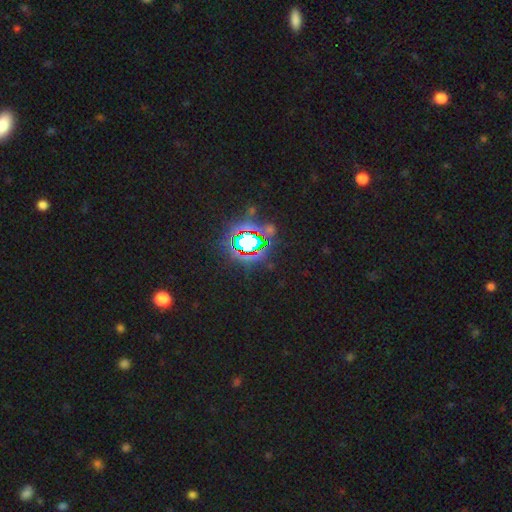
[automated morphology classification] Smooth or featured: star or artifact — 84% (smooth — 10%)